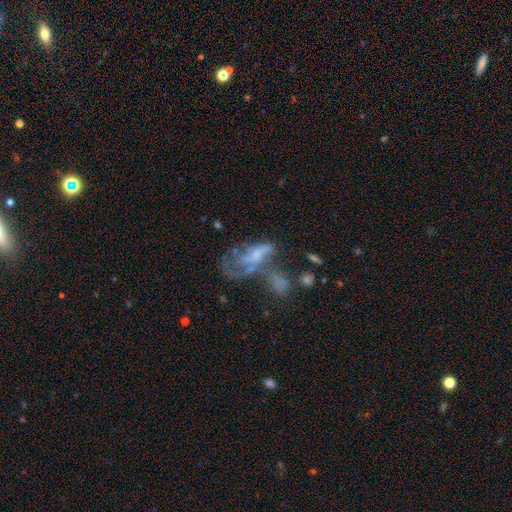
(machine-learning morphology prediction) This is possibly a featured or disk galaxy (55%). It is clearly not viewed edge-on (92%). Bar: likely no (71%). Spiral arm pattern: likely no (63%). Central bulge: marginally small (37%). Merging: marginally major disturbance (37%).